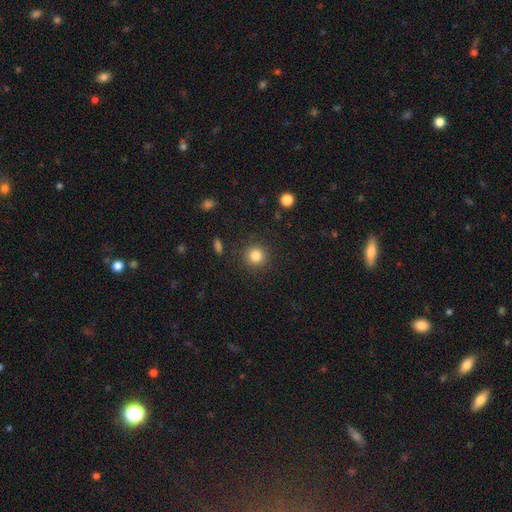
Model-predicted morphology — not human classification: Smooth or featured?
  - smooth: 83% *
  - star or artifact: 11%
  - featured or disk: 6%
How rounded?
  - round: 94% *
  - in between: 5%
  - cigar-shaped: 1%
Merging?
  - none: 89% *
  - minor disturbance: 7%
  - major disturbance: 3%
  - merger: 1%